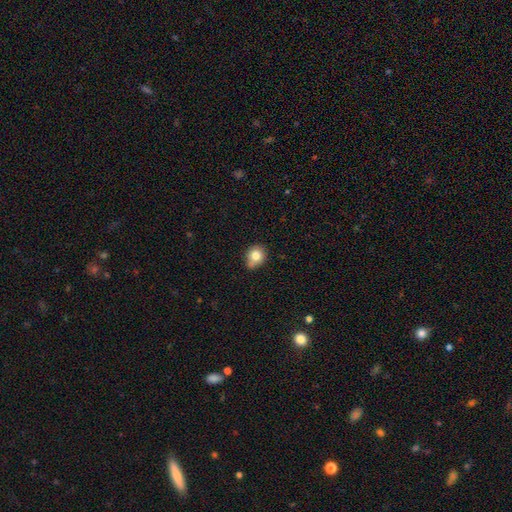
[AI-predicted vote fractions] A smooth galaxy with no disk features (80%) that is round (66%). Merging: none (59%).